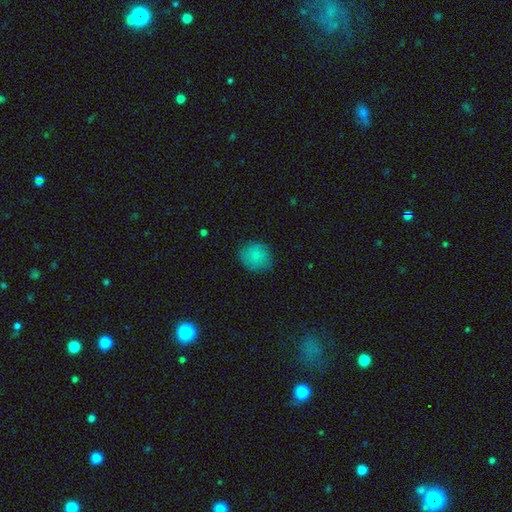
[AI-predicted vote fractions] A smooth galaxy with no disk features (84%) that is round (79%). Merging: none (80%).